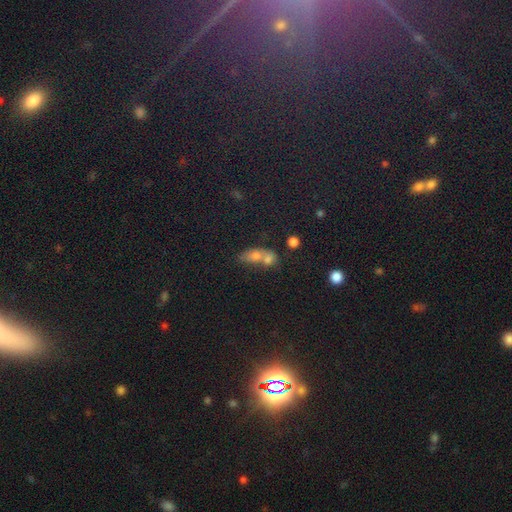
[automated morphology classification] Smooth or featured? smooth (64%)
How rounded? in between (62%)
Merging? merger (62%)